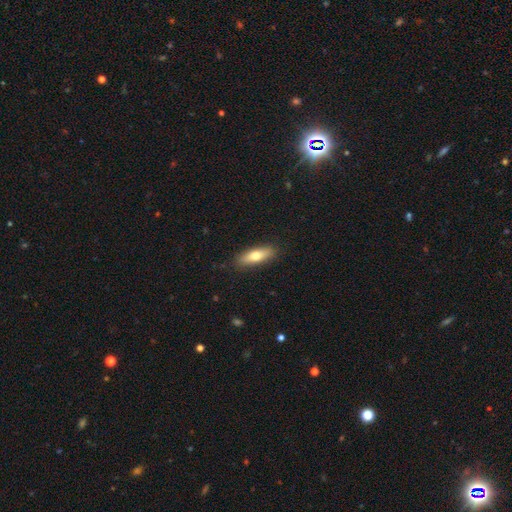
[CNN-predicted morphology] Overall: smooth (70%). How rounded: cigar-shaped (50%; in between 48%). Merging: none (88%).